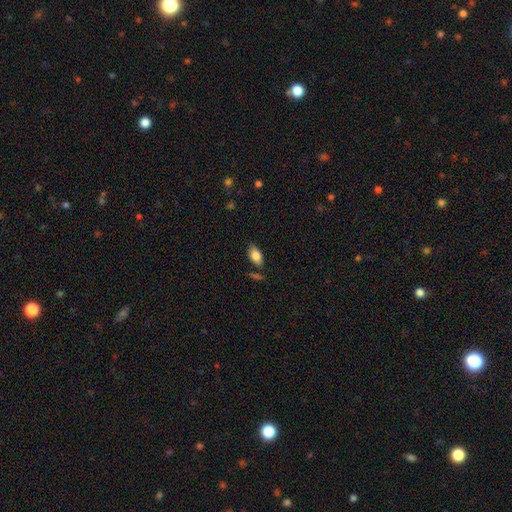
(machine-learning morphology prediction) A smooth galaxy with no disk features (82%) that is in between round and cigar-shaped (92%). Merging: none (75%).